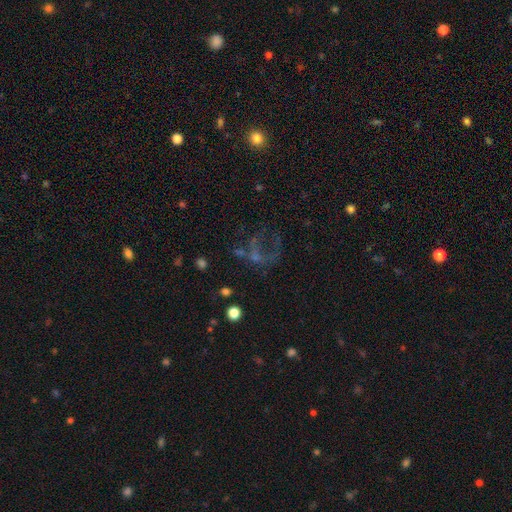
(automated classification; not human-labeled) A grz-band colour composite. It shows a featured or disk galaxy (41%). Merging: major disturbance (42%).